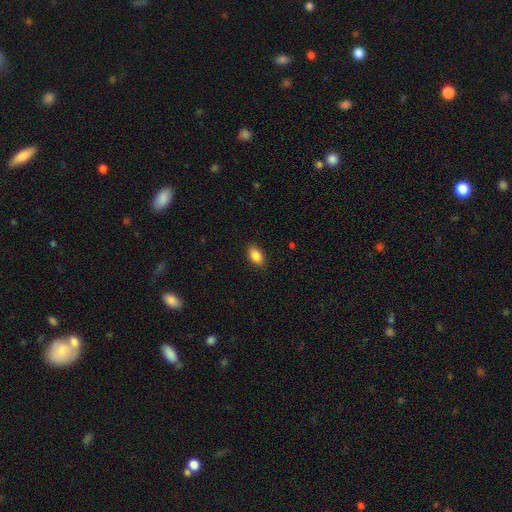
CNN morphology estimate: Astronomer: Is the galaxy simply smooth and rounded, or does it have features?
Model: smooth — 88%.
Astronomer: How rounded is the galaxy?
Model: in between — 90%.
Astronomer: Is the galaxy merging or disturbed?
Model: none — 89%.